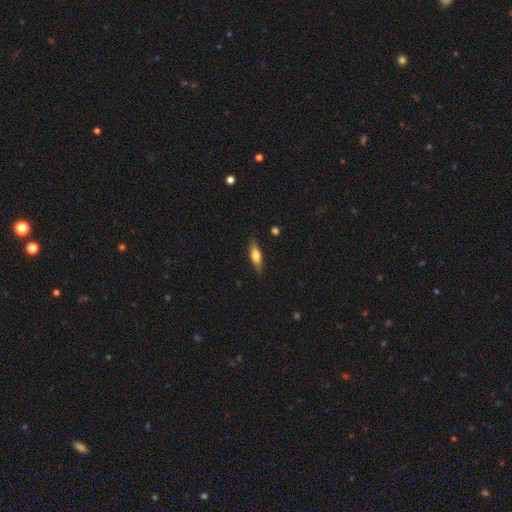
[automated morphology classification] The model was most divided on "how rounded": cigar-shaped: 51%, in between: 47%, round: 3%. More confident: merging — none (82%); smooth or featured — smooth (62%).